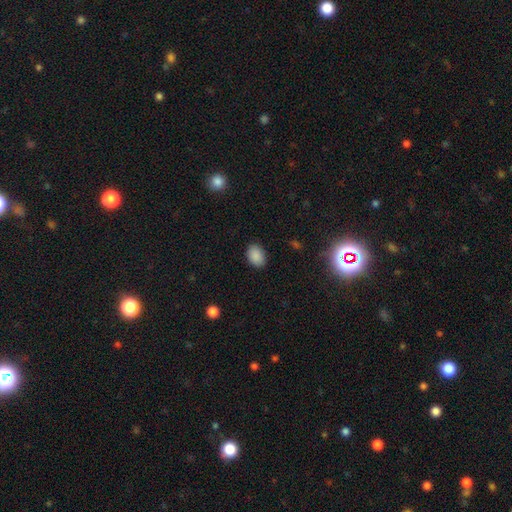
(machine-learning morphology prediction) A smooth galaxy with no disk features (88%) that is in between round and cigar-shaped (80%). Merging: none (86%).